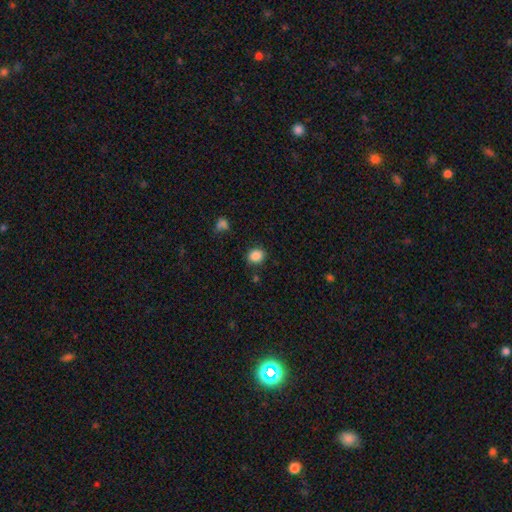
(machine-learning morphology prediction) This is clearly a smooth galaxy (86%). How rounded: likely round (69%). Merging: clearly none (85%).